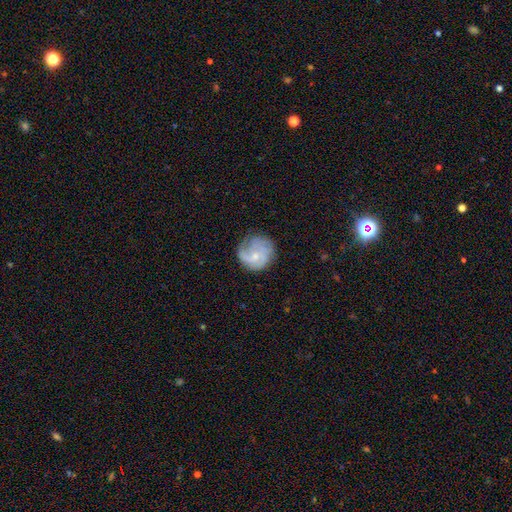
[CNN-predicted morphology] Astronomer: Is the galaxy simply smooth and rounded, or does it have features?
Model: featured or disk — 65%.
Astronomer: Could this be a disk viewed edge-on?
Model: no — 98%.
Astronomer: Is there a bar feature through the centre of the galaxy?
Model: no — 74%.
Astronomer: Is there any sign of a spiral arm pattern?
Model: yes — 88%.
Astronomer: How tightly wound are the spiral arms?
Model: tight — 43% (runner-up: medium, 38%).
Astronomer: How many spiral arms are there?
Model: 3 — 33% (runner-up: can't tell, 28%).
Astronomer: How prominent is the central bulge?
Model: small — 67%.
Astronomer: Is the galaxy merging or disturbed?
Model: none — 69%.